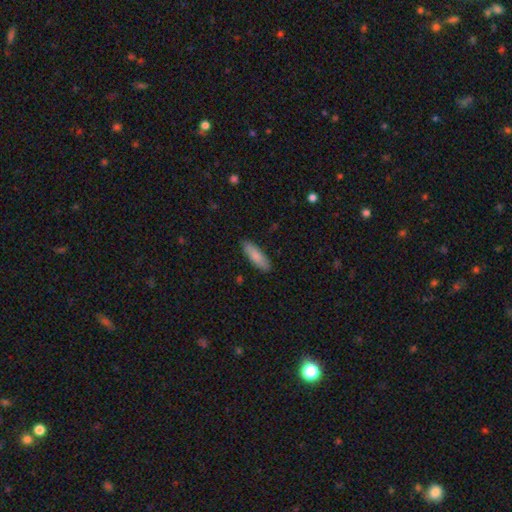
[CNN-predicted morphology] Smooth or featured: smooth — 84% (featured or disk — 11%)
How rounded: cigar-shaped — 50% (in between — 49%)
Merging: none — 88% (minor disturbance — 9%)